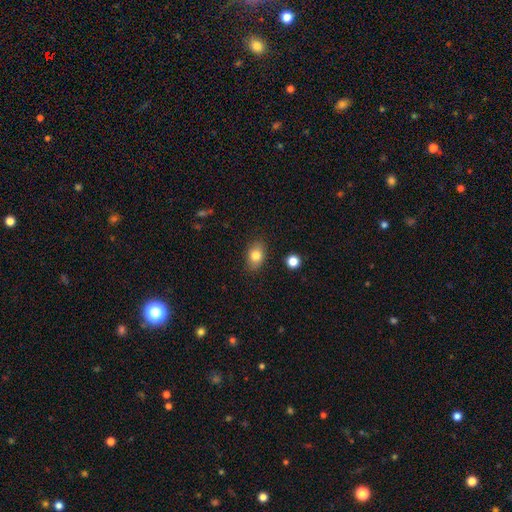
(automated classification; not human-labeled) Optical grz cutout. It shows a smooth galaxy with no disk features (80%) that is in between round and cigar-shaped (80%). Merging: none (86%).